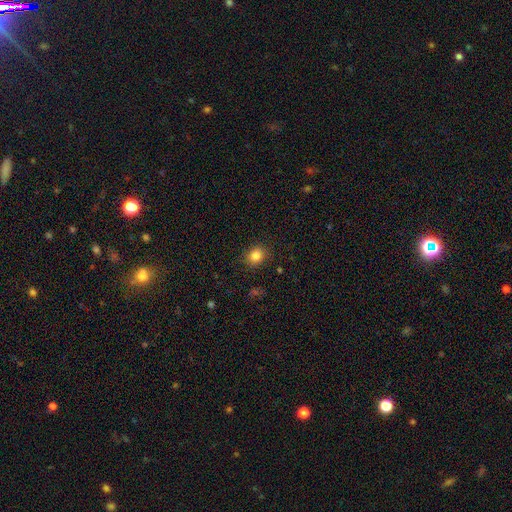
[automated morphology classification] Smooth or featured?
  - smooth: 83% *
  - star or artifact: 11%
  - featured or disk: 5%
How rounded?
  - round: 71% *
  - in between: 28%
  - cigar-shaped: 1%
Merging?
  - none: 86% *
  - minor disturbance: 10%
  - major disturbance: 3%
  - merger: 1%